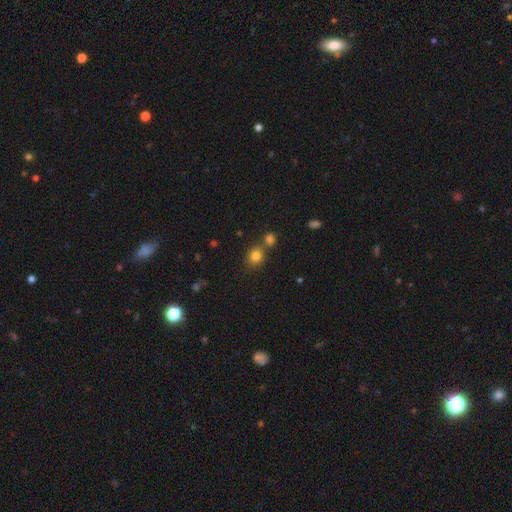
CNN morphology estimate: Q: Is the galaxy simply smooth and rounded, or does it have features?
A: smooth — 81%.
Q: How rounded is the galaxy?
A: round — 74%.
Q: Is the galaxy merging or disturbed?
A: none — 58%.